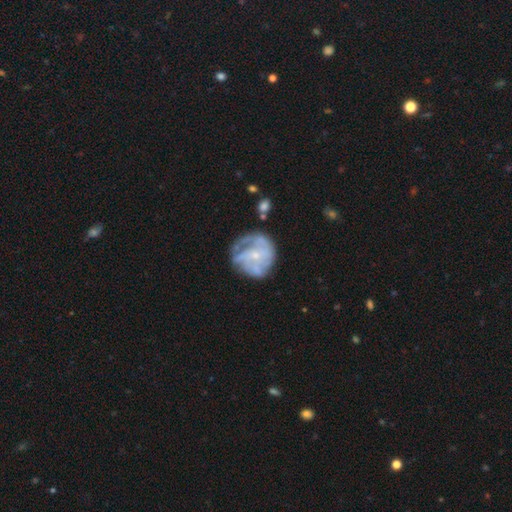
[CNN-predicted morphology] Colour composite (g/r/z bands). It shows a featured or disk galaxy (72%) with no bar (72%), tight (44%) spiral arms (77%) and a small central bulge (70%). Merging: none (58%).